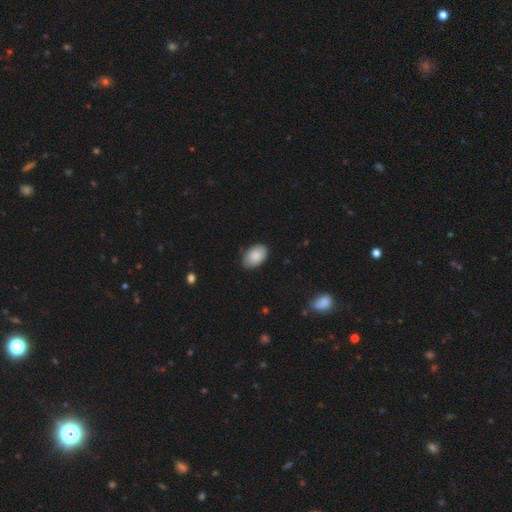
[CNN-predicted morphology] type=smooth (88%); roundness=in between (92%); merging=none (81%).